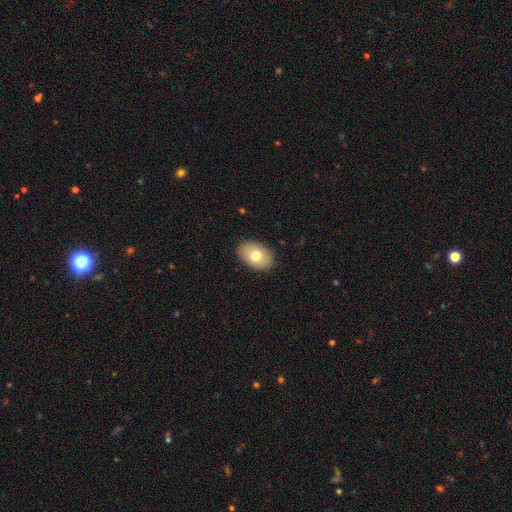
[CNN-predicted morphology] Smooth or featured? Predicted: smooth (p=0.75). How rounded? Predicted: in between (p=0.85). Merging? Predicted: none (p=0.89).